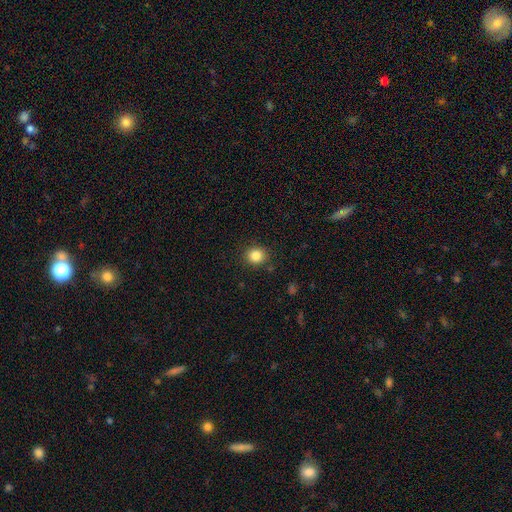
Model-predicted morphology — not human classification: A smooth galaxy with no disk features (84%) that is round (84%).

Vote fractions:
- Smooth or featured? smooth: 84% / star or artifact: 11% / featured or disk: 5%
- How rounded? round: 84% / in between: 15% / cigar-shaped: 1%
- Merging? none: 88% / minor disturbance: 8% / major disturbance: 3% / merger: 2%